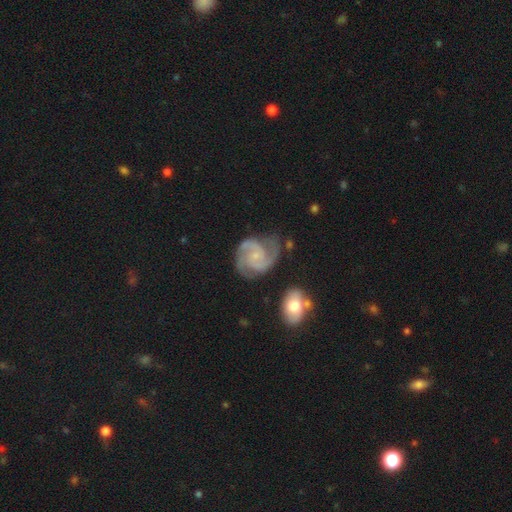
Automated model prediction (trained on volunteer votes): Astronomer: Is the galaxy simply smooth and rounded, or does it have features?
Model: featured or disk — 91%.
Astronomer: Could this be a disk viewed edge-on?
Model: no — 98%.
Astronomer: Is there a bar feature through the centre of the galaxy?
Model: no — 65%.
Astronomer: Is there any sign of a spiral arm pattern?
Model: yes — 98%.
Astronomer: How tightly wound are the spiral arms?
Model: medium — 49% (runner-up: tight, 42%).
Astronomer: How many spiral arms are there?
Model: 2 — 60%.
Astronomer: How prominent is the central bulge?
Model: small — 75%.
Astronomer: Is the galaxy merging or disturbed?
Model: none — 70%.